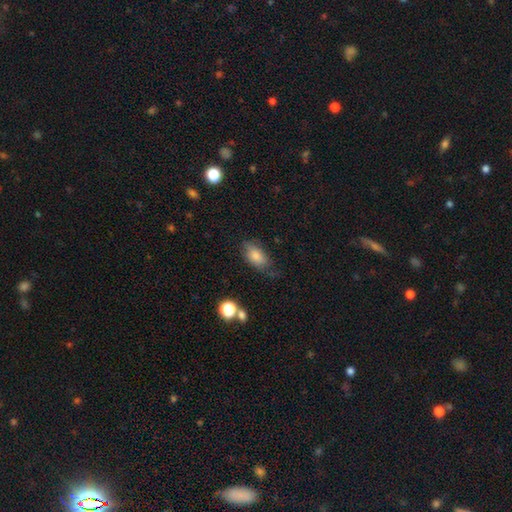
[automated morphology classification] Q: Smooth or featured?
A: smooth (74%); runner-up: featured or disk (16%)
Q: How rounded?
A: in between (89%); runner-up: round (7%)
Q: Merging?
A: none (59%); runner-up: minor disturbance (28%)